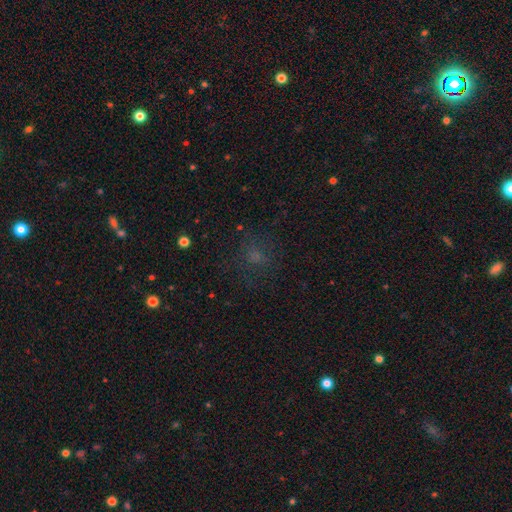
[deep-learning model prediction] Smooth or featured?
  - smooth: 54% *
  - star or artifact: 31%
  - featured or disk: 15%
How rounded?
  - round: 70% *
  - in between: 28%
  - cigar-shaped: 2%
Merging?
  - none: 73% *
  - minor disturbance: 14%
  - major disturbance: 11%
  - merger: 2%